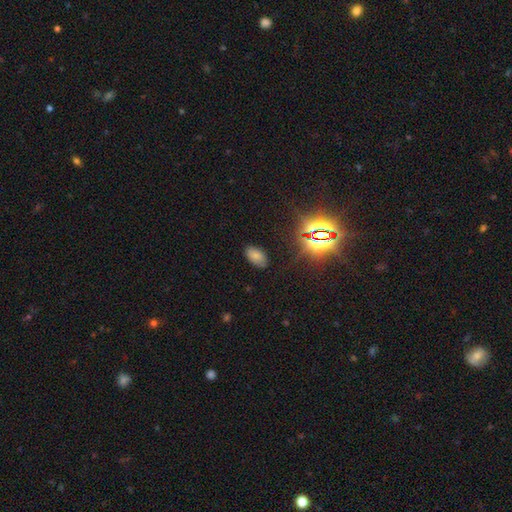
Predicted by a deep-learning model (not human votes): smooth_or_featured: smooth (p=0.70) [alt: star or artifact p=0.21]
how_rounded: in between (p=0.94) [alt: round p=0.05]
merging: none (p=0.83) [alt: minor disturbance p=0.13]